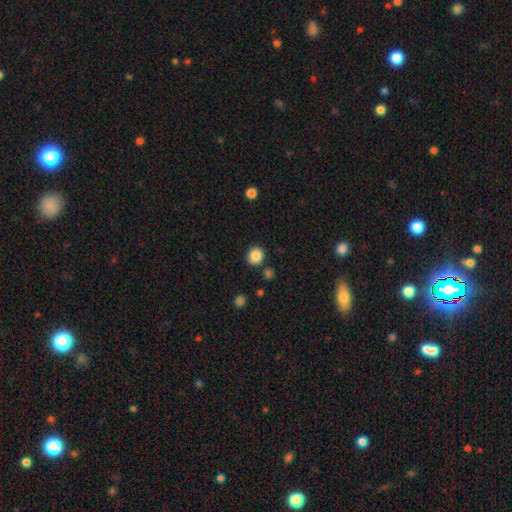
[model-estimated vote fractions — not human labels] smooth_or_featured: smooth (p=0.86) [alt: star or artifact p=0.10]
how_rounded: round (p=0.89) [alt: in between p=0.10]
merging: none (p=0.84) [alt: minor disturbance p=0.09]